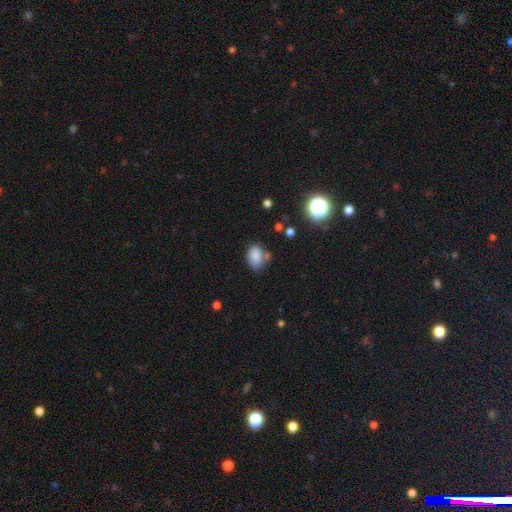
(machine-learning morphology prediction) This appears to be a smooth galaxy with no disk features (83%) that is in between round and cigar-shaped (78%). Merging: none (60%).